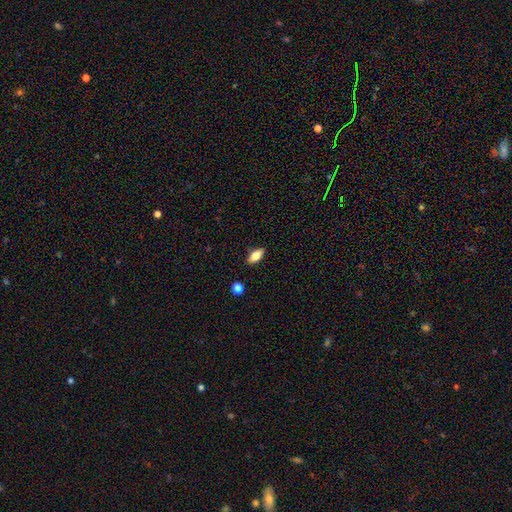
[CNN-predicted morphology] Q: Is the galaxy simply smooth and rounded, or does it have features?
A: smooth — 71%.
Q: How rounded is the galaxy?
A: in between — 83%.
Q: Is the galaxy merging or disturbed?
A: none — 88%.